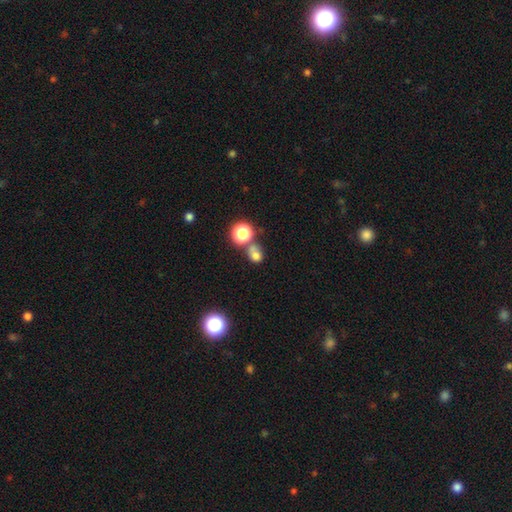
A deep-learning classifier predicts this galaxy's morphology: Smooth or featured: smooth — 72% (star or artifact — 19%)
How rounded: round — 69% (in between — 30%)
Merging: none — 46% (merger — 36%)